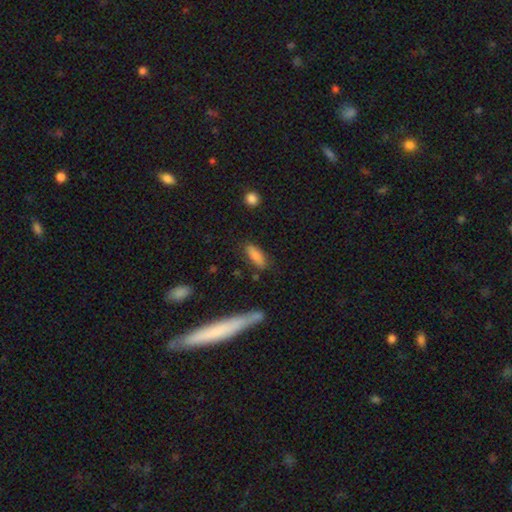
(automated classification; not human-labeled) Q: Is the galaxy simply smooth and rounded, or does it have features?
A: smooth — 80%.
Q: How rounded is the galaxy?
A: in between — 66%.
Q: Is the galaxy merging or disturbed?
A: none — 78%.